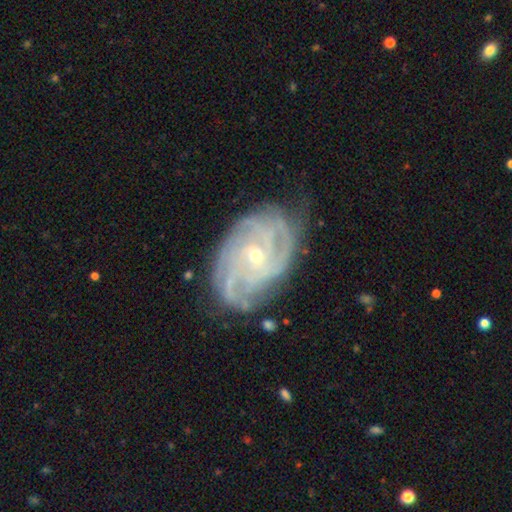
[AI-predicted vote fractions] Morphology: type=featured or disk (87%); edge-on=no (96%); bar=no (69%); spiral arms=yes (96%); winding=tight (66%); arm count=can't tell (29%); bulge=small (71%); merging=none (67%).